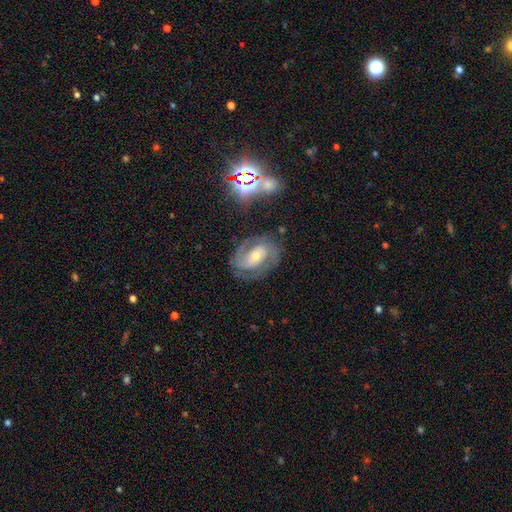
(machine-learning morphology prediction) Smooth or featured? featured or disk (85%)
Edge-on disk? no (97%)
Bar? weak (40%)
Spiral arms? yes (96%)
Spiral winding? tight (51%)
Spiral arm count? 2 (84%)
Bulge size? moderate (48%)
Merging? none (79%)